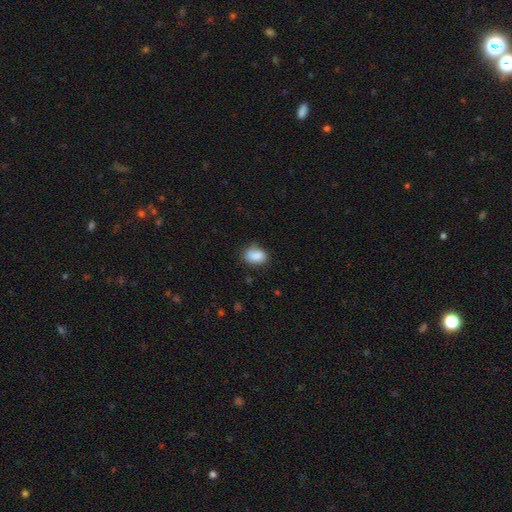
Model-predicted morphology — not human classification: This is clearly a smooth galaxy (88%). How rounded: clearly in between (81%). Merging: likely none (75%).